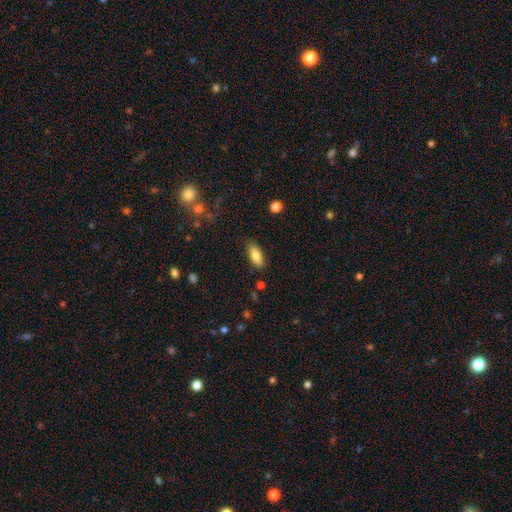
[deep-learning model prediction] Smooth or featured?
  - smooth: 80% *
  - featured or disk: 12%
  - star or artifact: 7%
How rounded?
  - in between: 78% *
  - cigar-shaped: 20%
  - round: 2%
Merging?
  - none: 84% *
  - minor disturbance: 12%
  - major disturbance: 3%
  - merger: 2%